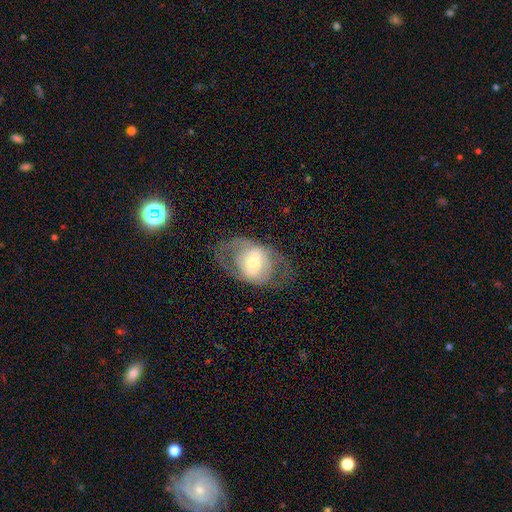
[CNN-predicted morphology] The model was most divided on "bar": no: 38%, weak: 37%, strong: 24%. More confident: edge-on disk — no (93%); merging — none (58%); smooth or featured — featured or disk (58%); bulge size — moderate (53%); spiral arms — yes (51%).